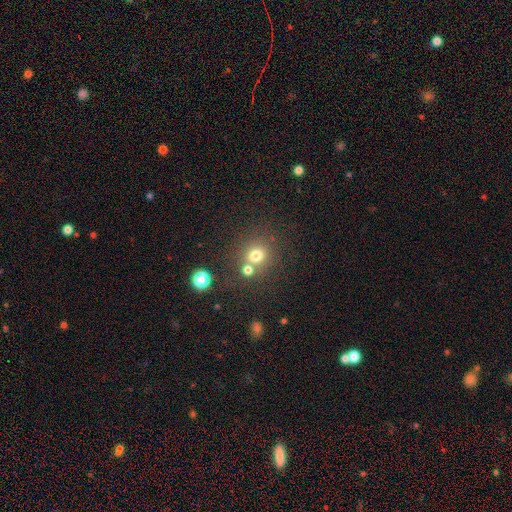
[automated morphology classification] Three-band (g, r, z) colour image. It shows a smooth galaxy with no disk features (73%) that is round (82%). Merging: none (60%).